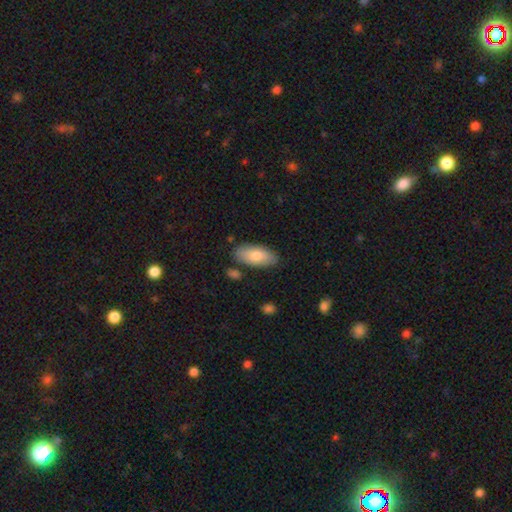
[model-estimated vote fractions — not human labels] Smooth or featured? smooth (78%)
How rounded? in between (90%)
Merging? none (81%)